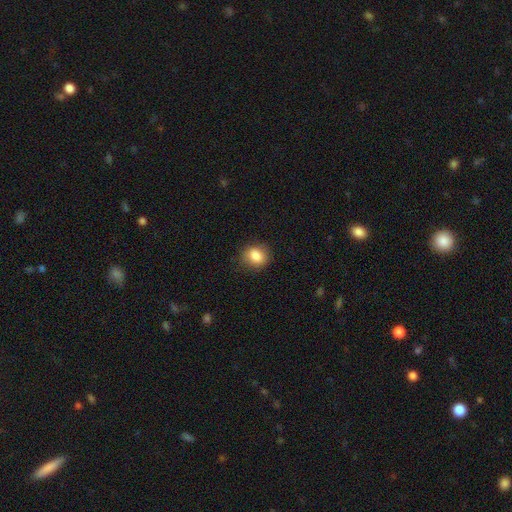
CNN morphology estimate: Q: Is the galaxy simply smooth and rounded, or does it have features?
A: smooth — 85%.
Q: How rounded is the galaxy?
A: round — 63%.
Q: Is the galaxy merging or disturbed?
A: none — 82%.